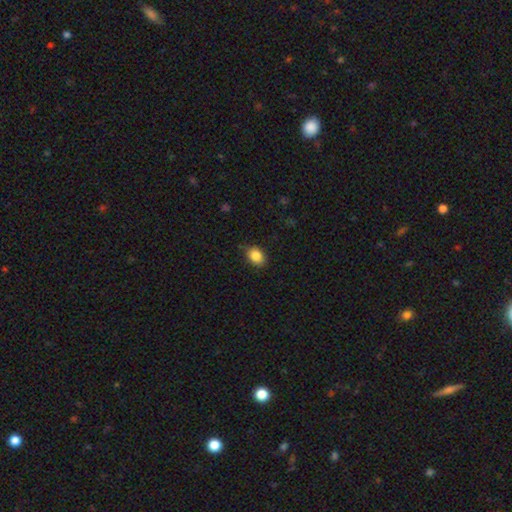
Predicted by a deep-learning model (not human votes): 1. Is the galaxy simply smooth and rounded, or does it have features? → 85% smooth, 9% star or artifact, 6% featured or disk.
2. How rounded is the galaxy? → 67% in between, 32% round, 1% cigar-shaped.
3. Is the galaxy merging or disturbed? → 79% none, 17% minor disturbance, 3% major disturbance, 1% merger.